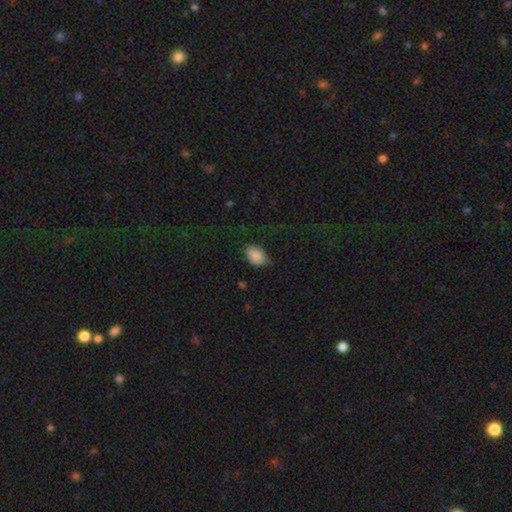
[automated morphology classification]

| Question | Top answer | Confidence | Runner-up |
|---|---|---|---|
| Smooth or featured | smooth | 88% | star or artifact (7%) |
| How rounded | in between | 87% | round (12%) |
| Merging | none | 71% | minor disturbance (24%) |